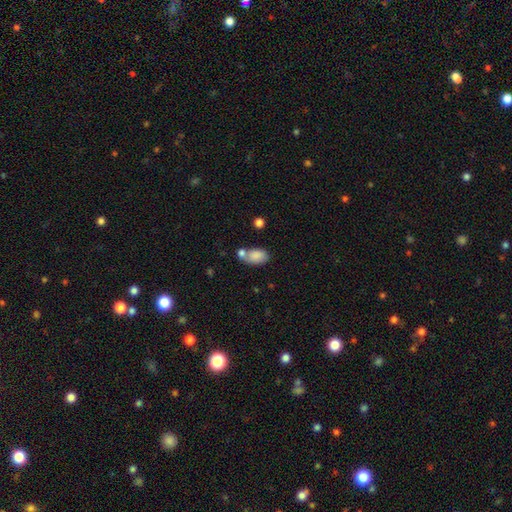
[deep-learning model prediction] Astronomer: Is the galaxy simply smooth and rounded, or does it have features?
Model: smooth — 83%.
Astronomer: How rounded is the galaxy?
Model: in between — 90%.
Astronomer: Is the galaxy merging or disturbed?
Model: none — 44% (runner-up: merger, 35%).